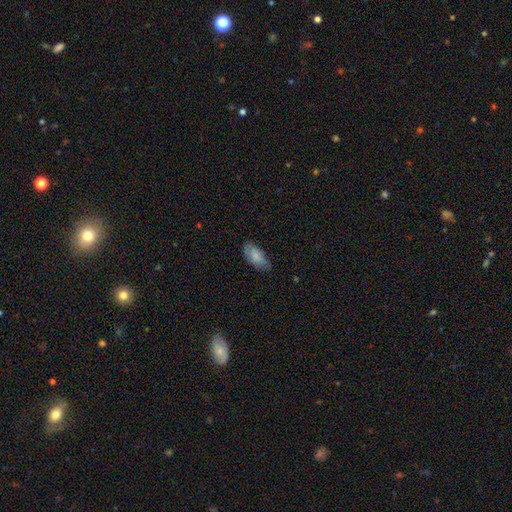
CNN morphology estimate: Q: Smooth or featured?
A: smooth (80%); runner-up: featured or disk (13%)
Q: How rounded?
A: in between (91%); runner-up: cigar-shaped (6%)
Q: Merging?
A: none (70%); runner-up: minor disturbance (24%)